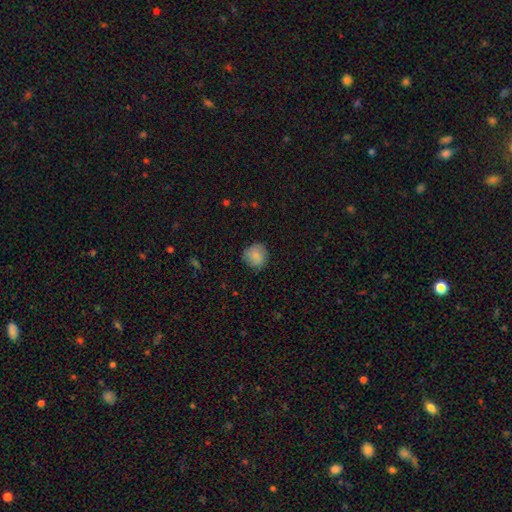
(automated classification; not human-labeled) This appears to be a smooth galaxy with no disk features (85%) that is round (90%). Merging: none (84%).